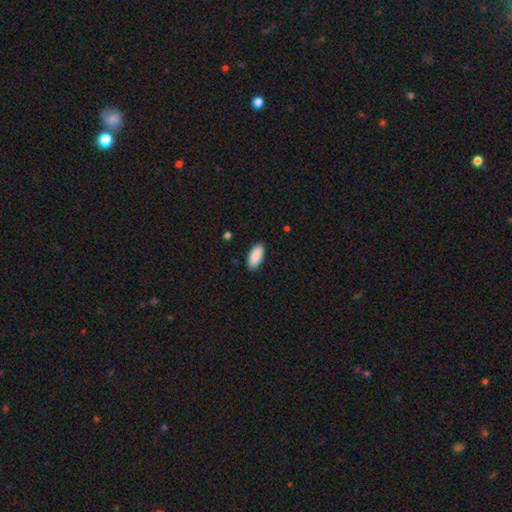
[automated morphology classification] Q: Smooth or featured?
A: smooth (90%); runner-up: star or artifact (6%)
Q: How rounded?
A: in between (92%); runner-up: cigar-shaped (7%)
Q: Merging?
A: none (89%); runner-up: minor disturbance (8%)